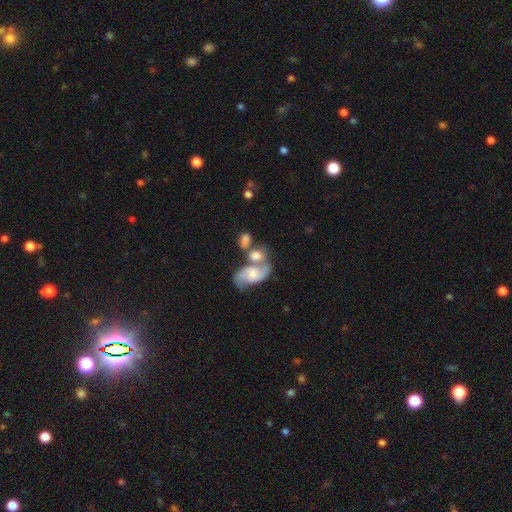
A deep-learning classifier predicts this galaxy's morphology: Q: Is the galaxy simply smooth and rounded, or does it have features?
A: featured or disk — 51%.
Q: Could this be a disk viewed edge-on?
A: no — 95%.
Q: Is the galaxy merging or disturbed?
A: merger — 53%.